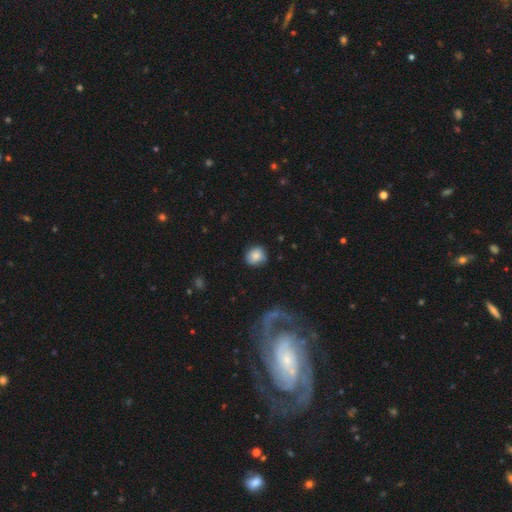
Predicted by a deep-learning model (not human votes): Overall: smooth (82%). How rounded: round (73%). Merging: none (78%).